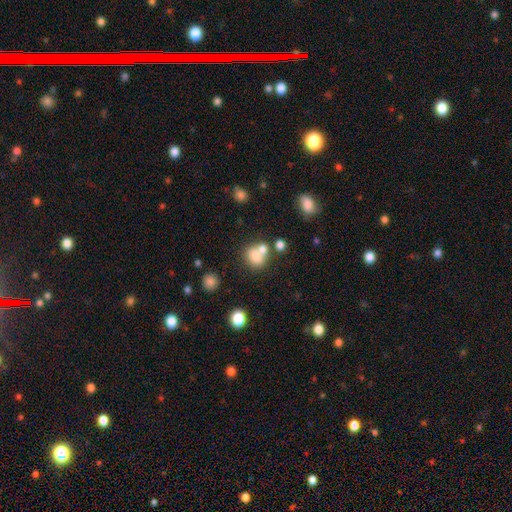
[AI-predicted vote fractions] Smooth or featured? smooth (74%)
How rounded? round (65%)
Merging? merger (42%, tied with none)